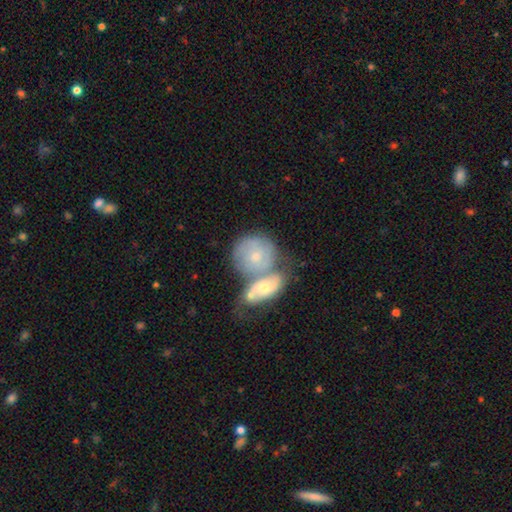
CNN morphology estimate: smooth 49%, featured or disk 45%, star or artifact 6%. Down the decision tree: merging — merger (60%).